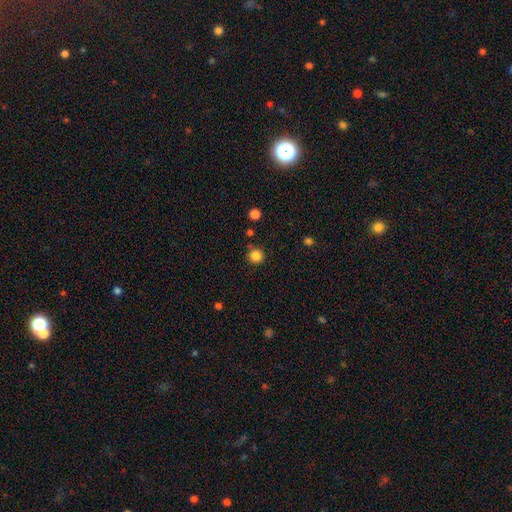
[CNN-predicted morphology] Smooth or featured: smooth — 85% (star or artifact — 12%)
How rounded: round — 95% (in between — 4%)
Merging: none — 85% (minor disturbance — 8%)